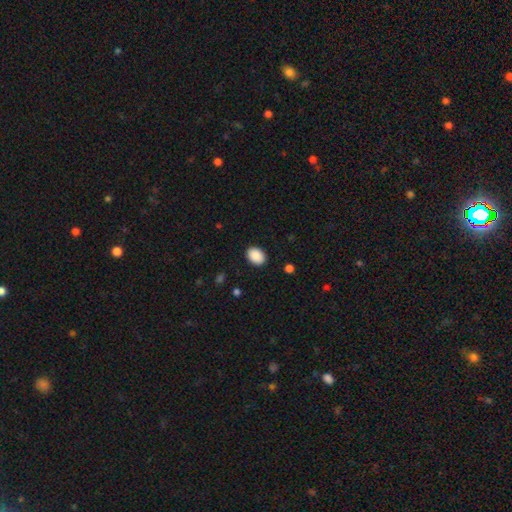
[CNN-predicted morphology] Smooth or featured?
  - smooth: 90% *
  - star or artifact: 7%
  - featured or disk: 2%
How rounded?
  - in between: 77% *
  - round: 22%
  - cigar-shaped: 1%
Merging?
  - none: 89% *
  - minor disturbance: 8%
  - major disturbance: 2%
  - merger: 1%